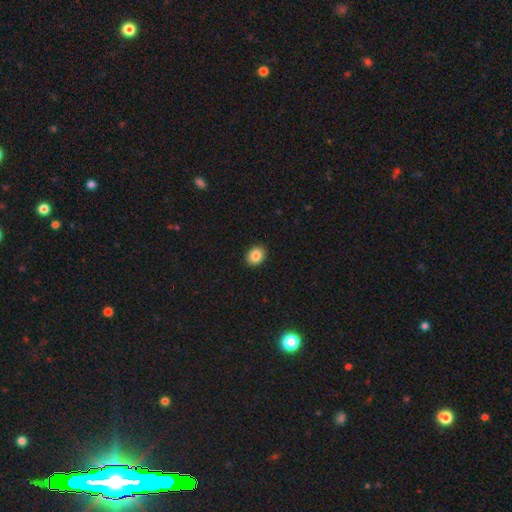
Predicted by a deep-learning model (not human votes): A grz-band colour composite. It shows a smooth galaxy with no disk features (86%) that is round (57%). Merging: none (92%).